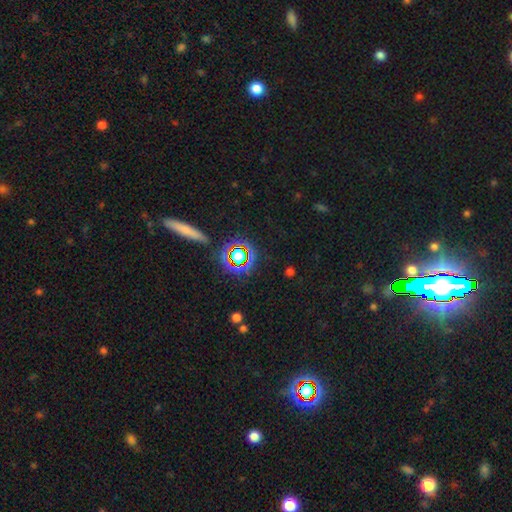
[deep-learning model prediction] A star or artifact, not a galaxy (67%).

Vote fractions:
- Smooth or featured? star or artifact: 67% / smooth: 19% / featured or disk: 14%